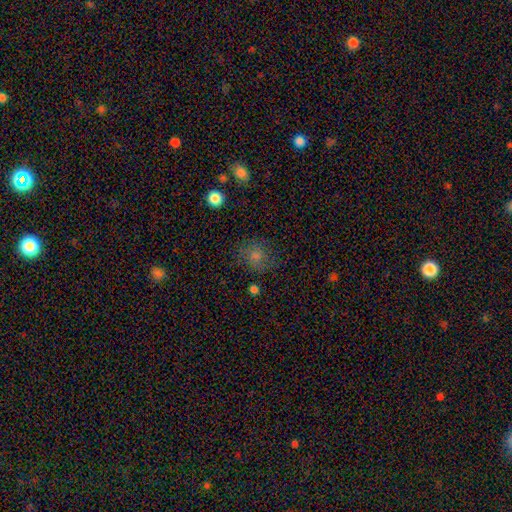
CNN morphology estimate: A smooth galaxy with no disk features (56%) that is round (77%). Merging: none (73%).